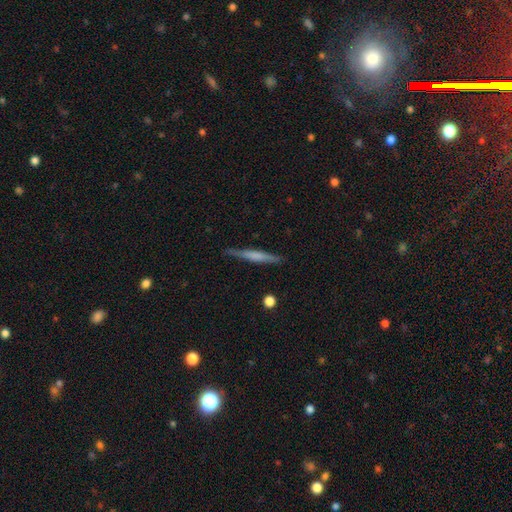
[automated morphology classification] Smooth or featured? Predicted: featured or disk (p=0.49). Merging? Predicted: none (p=0.86).